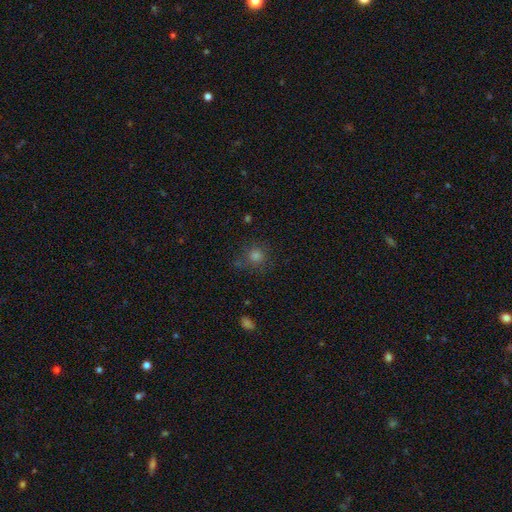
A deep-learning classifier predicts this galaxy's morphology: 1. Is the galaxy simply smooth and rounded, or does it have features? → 70% smooth, 22% star or artifact, 8% featured or disk.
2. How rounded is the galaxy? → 89% round, 9% in between, 1% cigar-shaped.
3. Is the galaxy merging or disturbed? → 74% none, 14% minor disturbance, 6% major disturbance, 6% merger.